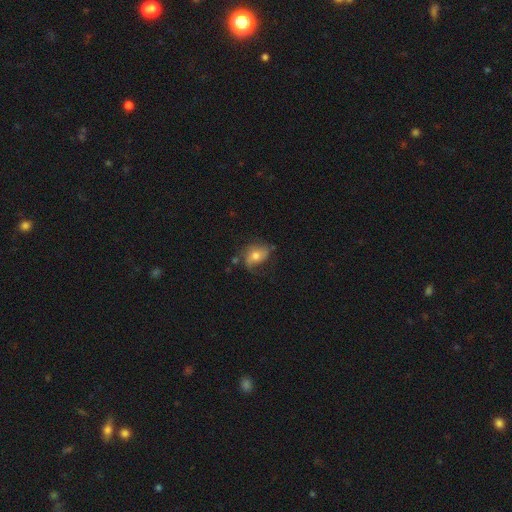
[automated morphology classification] type=smooth (51%); roundness=in between (73%); merging=none (52%).